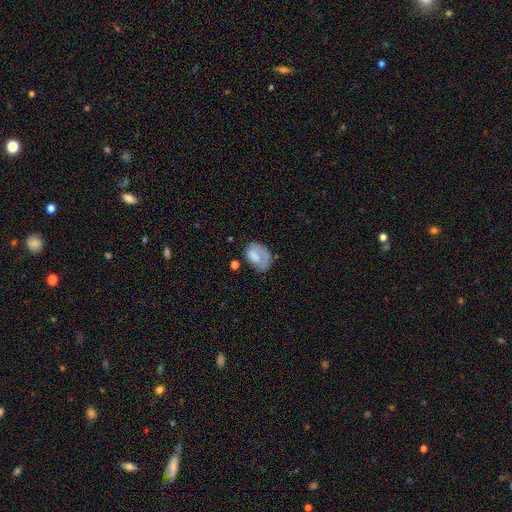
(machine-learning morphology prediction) The model was most divided on "smooth or featured": smooth: 55%, featured or disk: 37%, star or artifact: 8%. Remaining: how rounded — in between (72%); merging — none (44%).